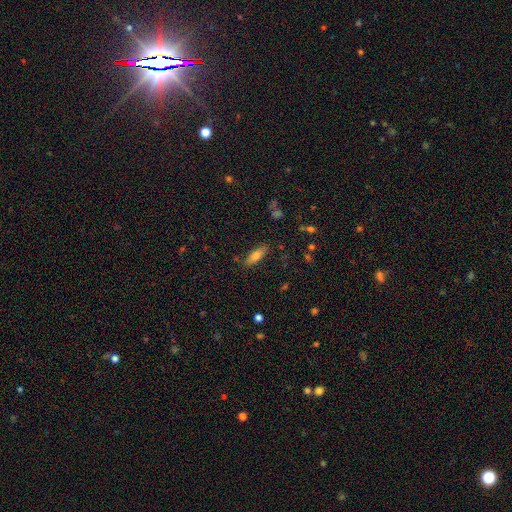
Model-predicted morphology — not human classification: A smooth galaxy with no disk features (76%) that is in between round and cigar-shaped (61%).

Vote fractions:
- Smooth or featured? smooth: 76% / featured or disk: 15% / star or artifact: 9%
- How rounded? in between: 61% / cigar-shaped: 37% / round: 2%
- Merging? none: 83% / minor disturbance: 12% / major disturbance: 3% / merger: 2%